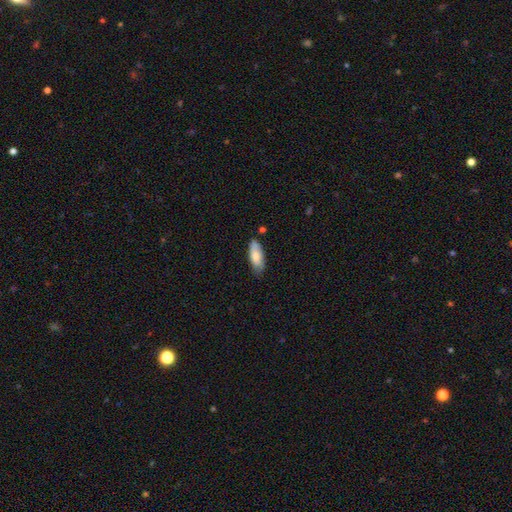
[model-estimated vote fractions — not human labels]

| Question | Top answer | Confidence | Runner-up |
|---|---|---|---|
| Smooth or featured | smooth | 75% | featured or disk (19%) |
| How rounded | in between | 76% | cigar-shaped (22%) |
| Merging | none | 72% | minor disturbance (22%) |